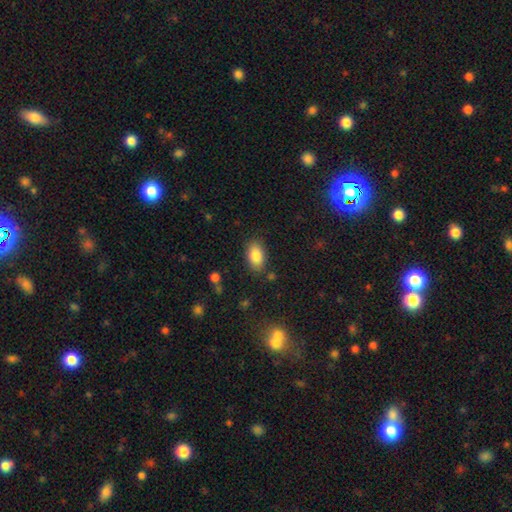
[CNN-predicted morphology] Overall: smooth (85%). How rounded: in between (92%). Merging: none (84%).